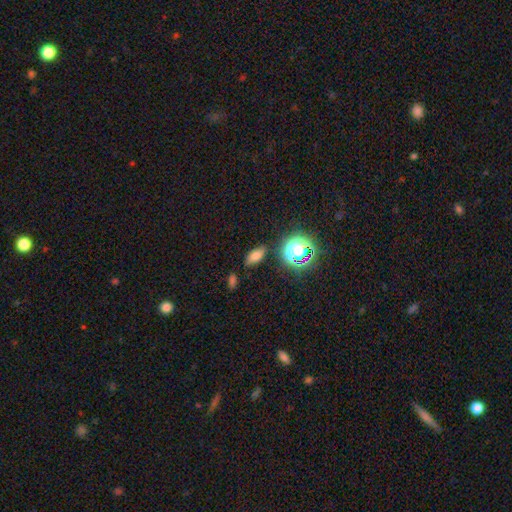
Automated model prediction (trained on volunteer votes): Q: Smooth or featured?
A: smooth (69%); runner-up: star or artifact (21%)
Q: How rounded?
A: in between (80%); runner-up: cigar-shaped (11%)
Q: Merging?
A: none (80%); runner-up: minor disturbance (13%)